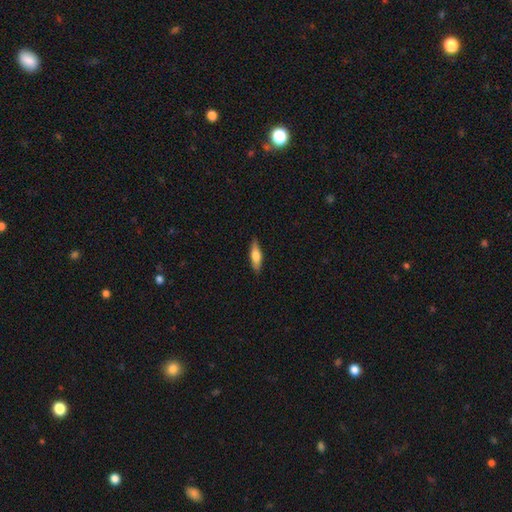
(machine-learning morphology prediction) Smooth or featured?
  - smooth: 62% *
  - featured or disk: 32%
  - star or artifact: 6%
How rounded?
  - cigar-shaped: 58% *
  - in between: 40%
  - round: 2%
Merging?
  - none: 87% *
  - minor disturbance: 10%
  - major disturbance: 2%
  - merger: 1%